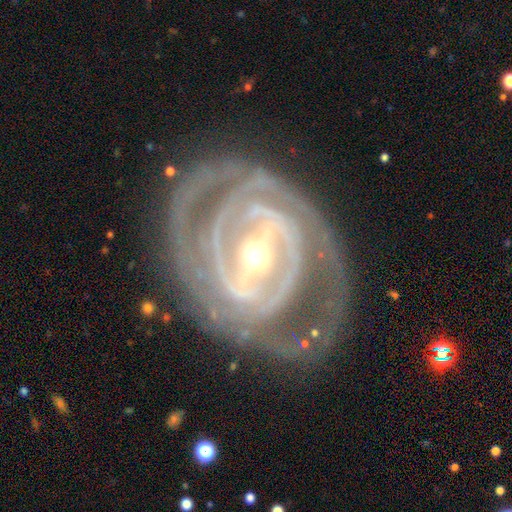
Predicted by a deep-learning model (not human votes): smooth_or_featured: featured or disk (p=0.91) [alt: smooth p=0.04]
disk_edge_on: no (p=0.96) [alt: yes p=0.04]
bar: strong (p=0.61) [alt: weak p=0.28]
has_spiral_arms: yes (p=0.95) [alt: no p=0.05]
spiral_winding: tight (p=0.76) [alt: medium p=0.20]
spiral_arm_count: 2 (p=0.37) [alt: can't tell p=0.23]
bulge_size: moderate (p=0.48) [tied with: small p=0.48]
merging: none (p=0.72) [alt: minor disturbance p=0.17]